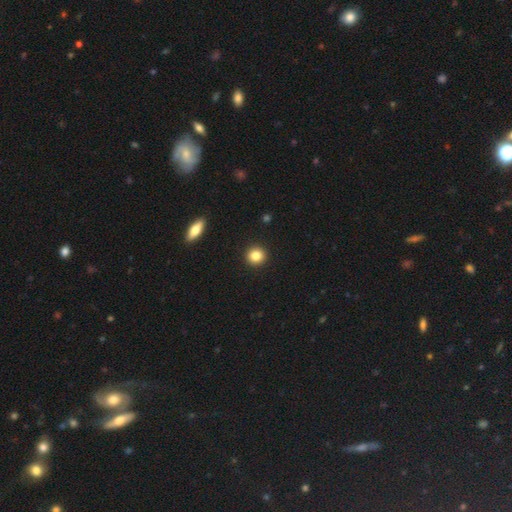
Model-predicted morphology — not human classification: A smooth galaxy with no disk features (84%) that is round (92%). Merging: none (93%).